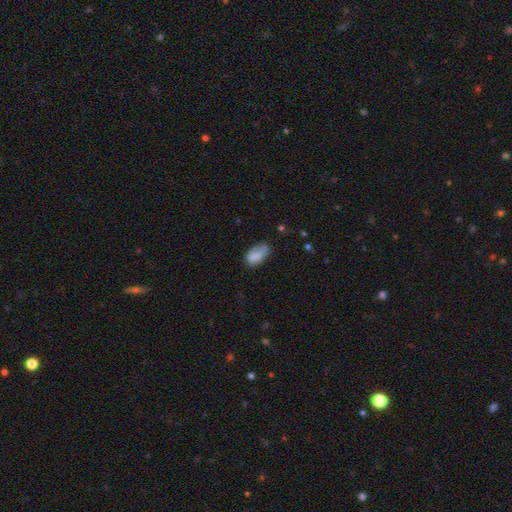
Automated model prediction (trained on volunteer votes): Overall: smooth (77%). How rounded: in between (92%). Merging: none (49%; minor disturbance 32%).